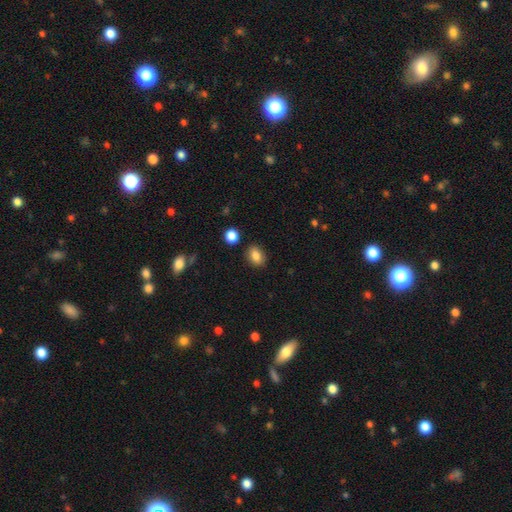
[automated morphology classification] Q: Smooth or featured?
A: smooth (84%); runner-up: star or artifact (10%)
Q: How rounded?
A: in between (72%); runner-up: round (27%)
Q: Merging?
A: none (86%); runner-up: minor disturbance (9%)